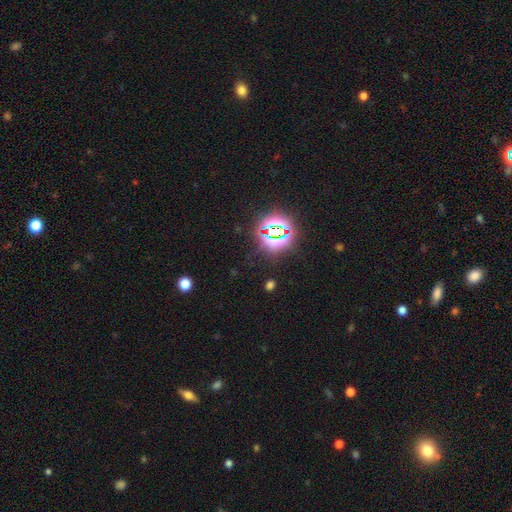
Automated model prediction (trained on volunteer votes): Morphology: type=star or artifact (81%).